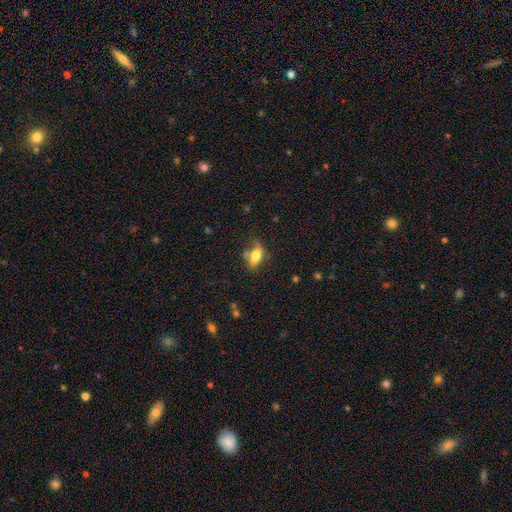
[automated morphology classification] This appears to be a smooth galaxy with no disk features (67%) that is in between round and cigar-shaped (81%). Merging: none (44%).